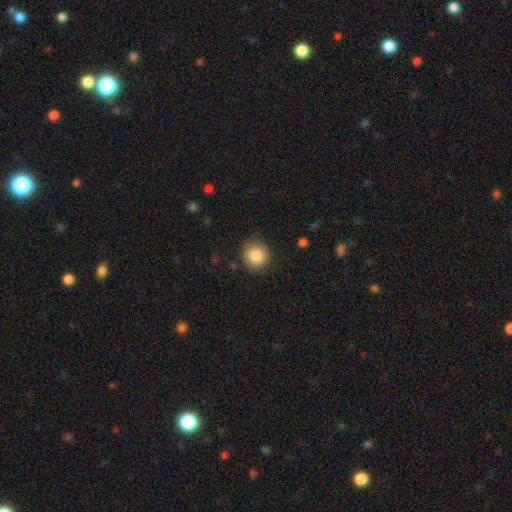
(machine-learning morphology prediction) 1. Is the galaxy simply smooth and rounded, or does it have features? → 87% smooth, 8% star or artifact, 4% featured or disk.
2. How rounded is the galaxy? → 92% round, 8% in between, 1% cigar-shaped.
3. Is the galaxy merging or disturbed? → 85% none, 11% minor disturbance, 3% major disturbance, 1% merger.